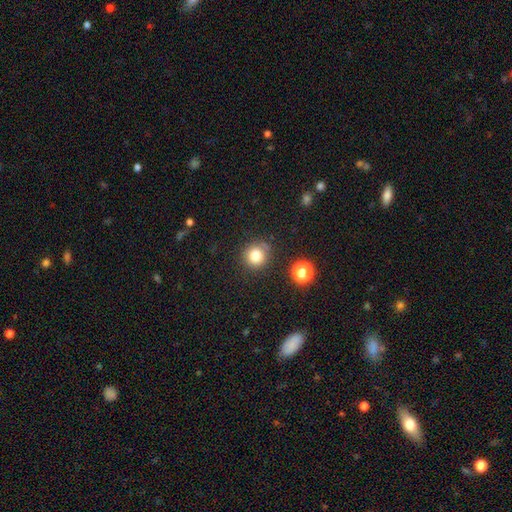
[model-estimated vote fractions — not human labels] This appears to be a smooth galaxy with no disk features (79%) that is round (92%). Merging: none (81%).